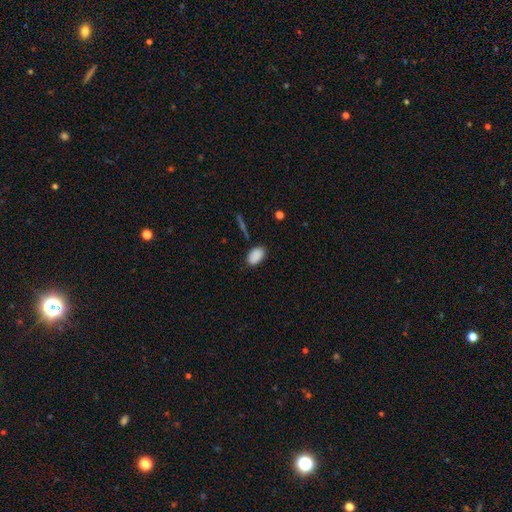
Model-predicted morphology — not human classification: smooth 89%, star or artifact 8%, featured or disk 4%. Down the decision tree: how rounded — in between (91%); merging — none (83%).